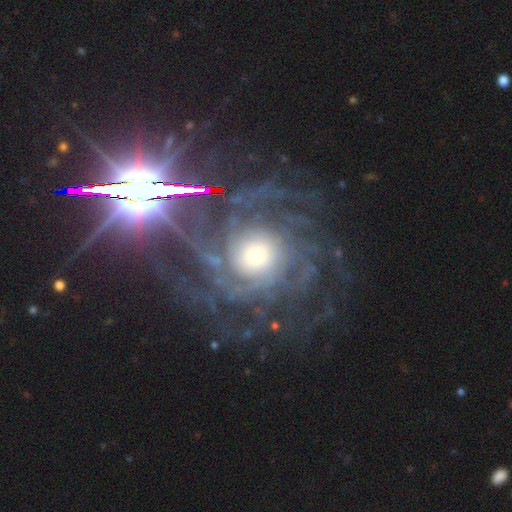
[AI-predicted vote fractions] Overall: featured or disk (80%). Edge-on disk: no (96%). Bar: no (79%). Spiral arms: yes (96%). Spiral arm count: can't tell (29%; 3 18%). Spiral winding: tight (65%; medium 28%). Bulge size: moderate (51%; large 28%). Merging: none (71%).